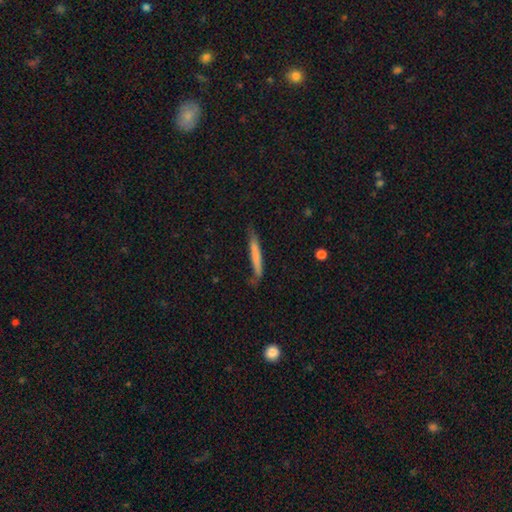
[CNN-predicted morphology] smooth_or_featured: smooth (p=0.68) [alt: featured or disk p=0.26]
how_rounded: cigar-shaped (p=0.95) [alt: in between p=0.03]
merging: none (p=0.67) [alt: minor disturbance p=0.24]